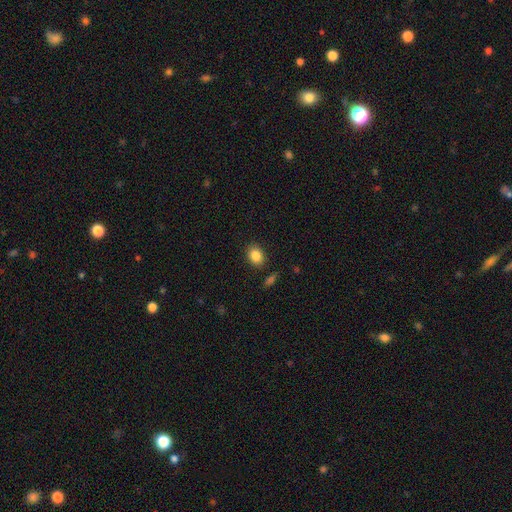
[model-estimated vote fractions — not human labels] Smooth or featured?
  - smooth: 85% *
  - star or artifact: 9%
  - featured or disk: 6%
How rounded?
  - in between: 64% *
  - round: 35%
  - cigar-shaped: 1%
Merging?
  - none: 85% *
  - minor disturbance: 10%
  - major disturbance: 3%
  - merger: 2%